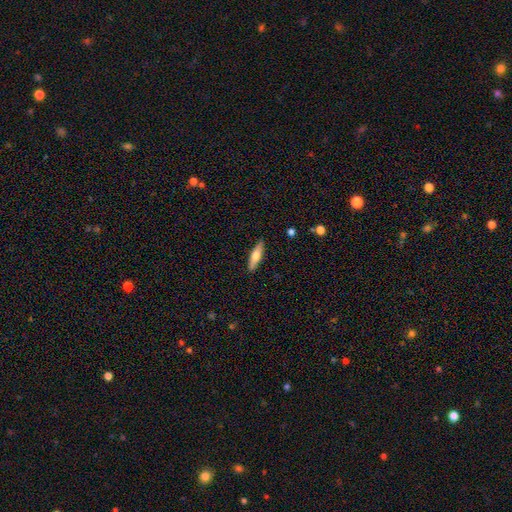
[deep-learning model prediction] A smooth galaxy with no disk features (55%) that is cigar-shaped (67%). Merging: none (89%).